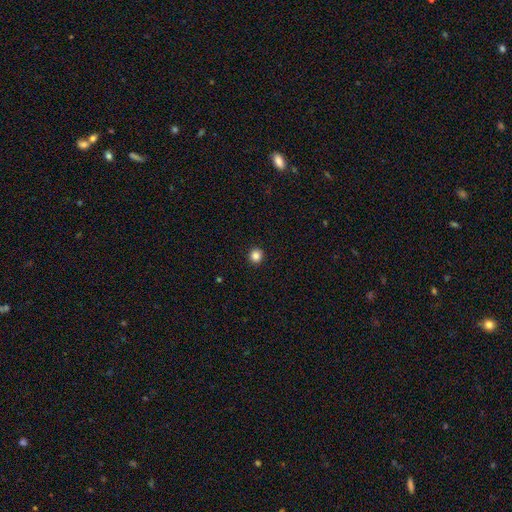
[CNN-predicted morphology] Overall: smooth (85%). How rounded: round (93%). Merging: none (93%).